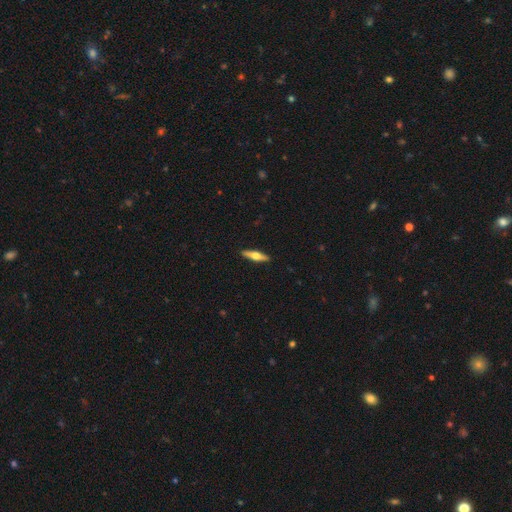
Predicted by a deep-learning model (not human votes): smooth-or-featured: featured or disk: 54% | smooth: 41% | star or artifact: 5%
  disk-edge-on: yes: 94% | no: 6%
    edge-on-bulge: rounded: 94% | boxy: 3% | none: 2%
  merging: none: 91% | minor disturbance: 7% | major disturbance: 1% | merger: 1%